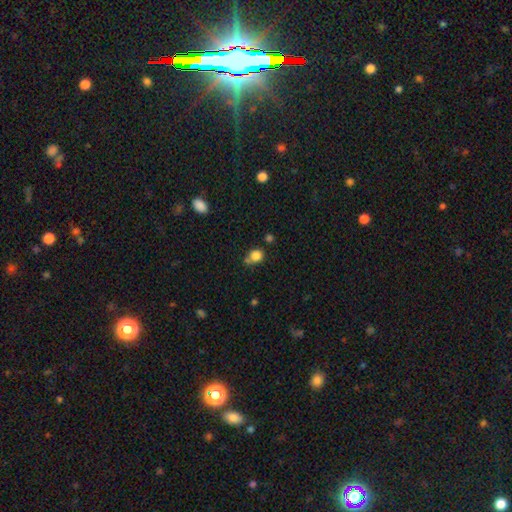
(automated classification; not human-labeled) Overall: smooth (83%). How rounded: round (75%). Merging: none (56%; merger 19%).